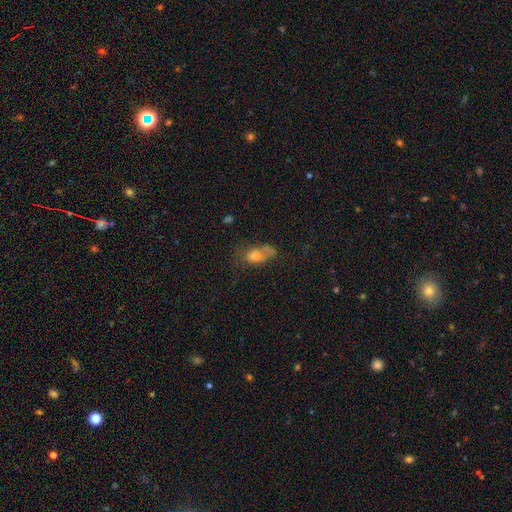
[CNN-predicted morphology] This appears to be a smooth galaxy with no disk features (60%) that is in between round and cigar-shaped (77%). Merging: none (34%).